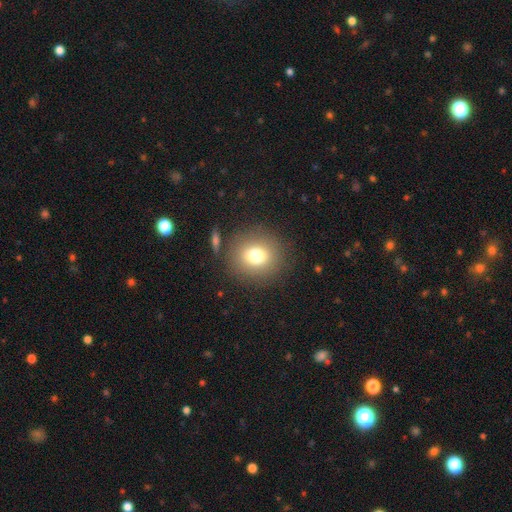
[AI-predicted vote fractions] Q: Smooth or featured?
A: smooth (74%); runner-up: star or artifact (13%)
Q: How rounded?
A: round (87%); runner-up: in between (12%)
Q: Merging?
A: none (85%); runner-up: minor disturbance (8%)